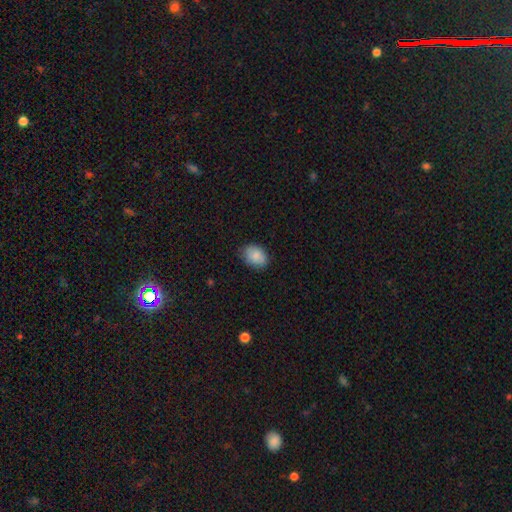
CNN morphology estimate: This is clearly a smooth galaxy (85%). How rounded: likely in between (76%). Merging: likely none (79%).